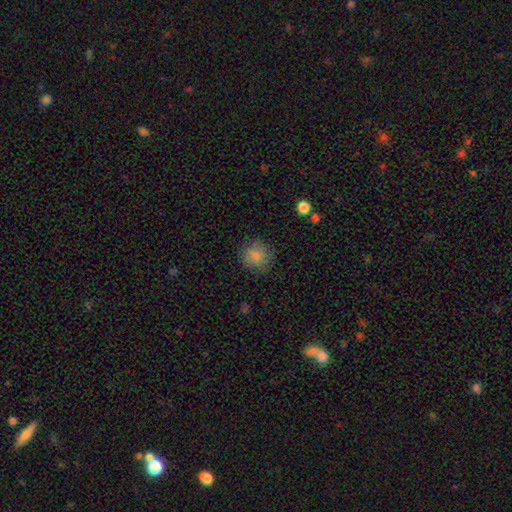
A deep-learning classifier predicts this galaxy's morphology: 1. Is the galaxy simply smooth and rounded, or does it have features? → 83% smooth, 9% star or artifact, 8% featured or disk.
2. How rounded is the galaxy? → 87% round, 12% in between, 1% cigar-shaped.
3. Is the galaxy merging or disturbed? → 83% none, 12% minor disturbance, 4% major disturbance, 1% merger.